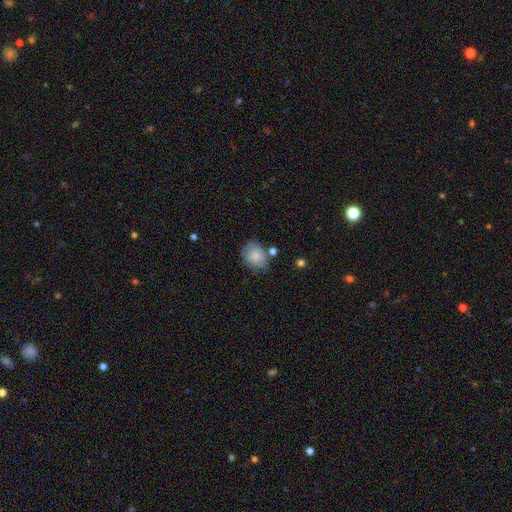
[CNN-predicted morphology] This is clearly a smooth galaxy (84%). How rounded: possibly in between (58%). Merging: likely none (70%).